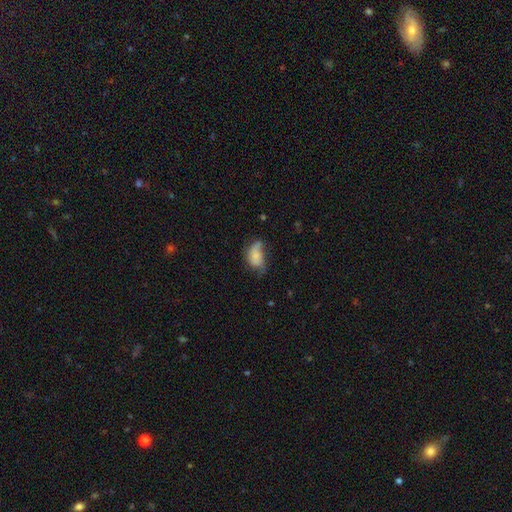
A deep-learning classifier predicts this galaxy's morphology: type=smooth (52%); roundness=in between (87%); merging=minor disturbance (33%, tied with none).